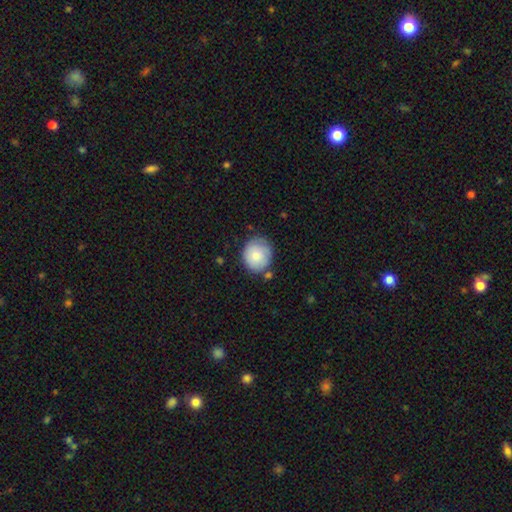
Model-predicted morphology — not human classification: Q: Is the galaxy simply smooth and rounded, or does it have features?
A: smooth — 75%.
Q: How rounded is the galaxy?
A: round — 80%.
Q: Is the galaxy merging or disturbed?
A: none — 68%.